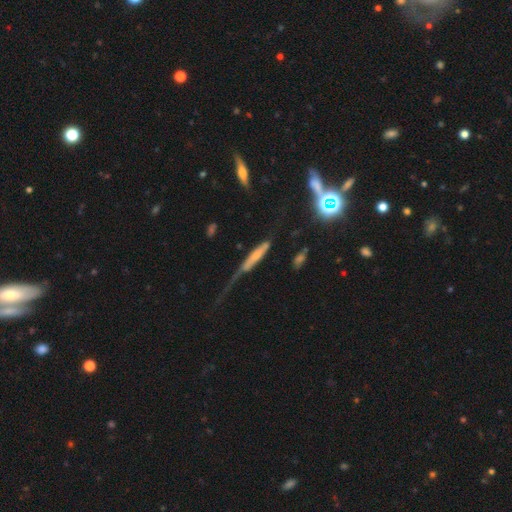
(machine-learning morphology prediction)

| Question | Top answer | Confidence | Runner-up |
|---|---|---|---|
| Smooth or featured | smooth | 46% | featured or disk (43%) |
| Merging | major disturbance | 45% | none (26%) |